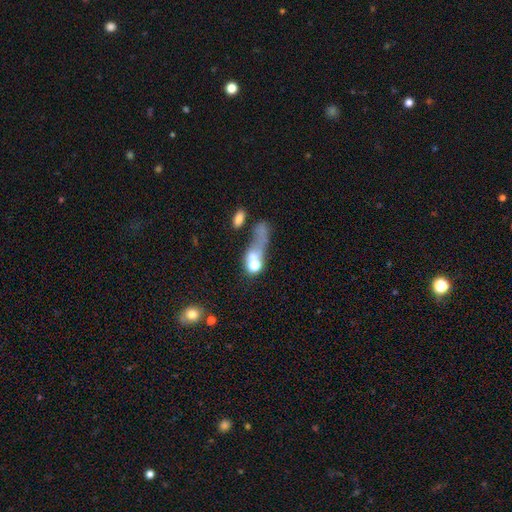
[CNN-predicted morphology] smooth_or_featured: smooth (p=0.46) [alt: featured or disk p=0.31]
merging: merger (p=0.34) [alt: none p=0.32]